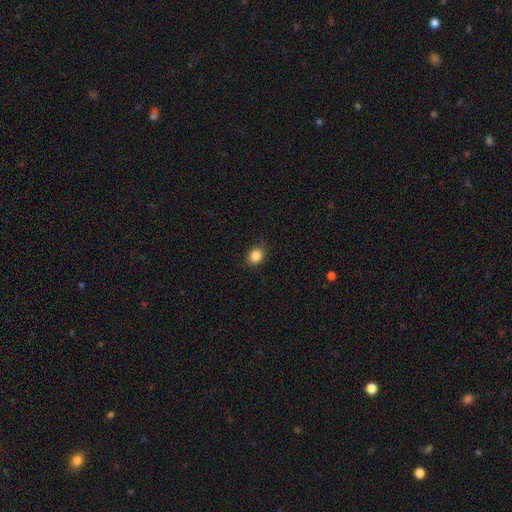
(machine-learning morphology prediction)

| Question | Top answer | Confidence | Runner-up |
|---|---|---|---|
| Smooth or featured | smooth | 86% | star or artifact (10%) |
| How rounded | round | 55% | in between (44%) |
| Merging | none | 84% | minor disturbance (12%) |